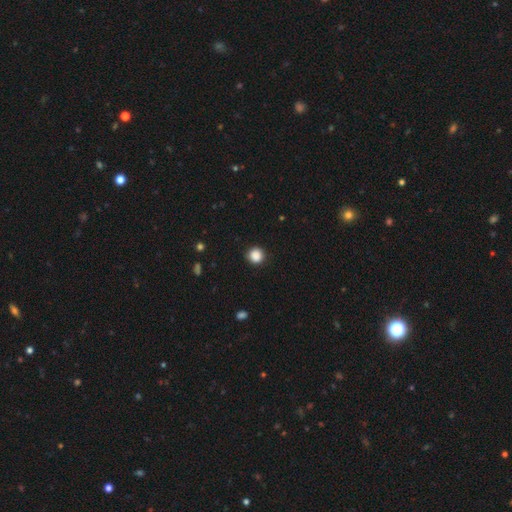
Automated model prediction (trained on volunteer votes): Morphology: type=smooth (87%); roundness=round (93%); merging=none (89%).